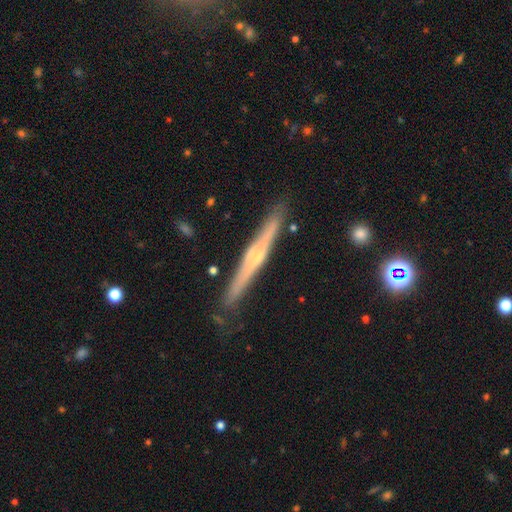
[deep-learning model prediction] smooth_or_featured: featured or disk (p=0.72) [alt: smooth p=0.22]
disk_edge_on: yes (p=0.97) [alt: no p=0.03]
edge_on_bulge: rounded (p=0.67) [alt: none p=0.26]
merging: none (p=0.83) [alt: minor disturbance p=0.13]